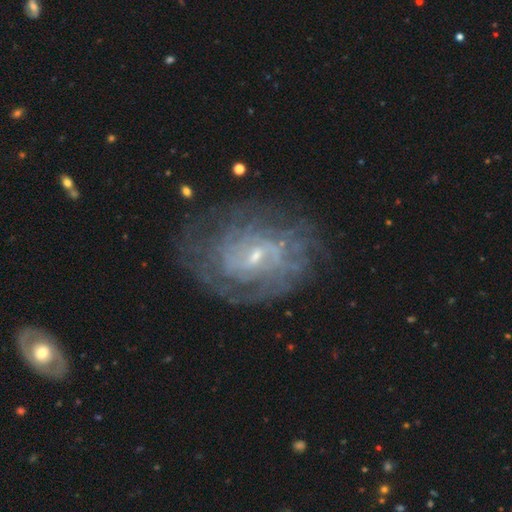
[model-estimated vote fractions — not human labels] A featured or disk galaxy (81%) with a weak bar (54%), tight (61%) spiral arms (88%) and a small central bulge (76%).

Vote fractions:
- Smooth or featured? featured or disk: 81% / smooth: 10% / star or artifact: 9%
- Edge-on disk? no: 97% / yes: 3%
- Bar? weak: 54% / no: 31% / strong: 15%
- Spiral arms? yes: 88% / no: 12%
- Spiral winding? tight: 61% / medium: 28% / loose: 10%
- Spiral arm count? can't tell: 52% / 2: 16% / 3: 9% / 4: 9% / more than 4: 7% / 1: 6%
- Bulge size? small: 76% / moderate: 19% / none: 4% / large: 1% / dominant: 1%
- Merging? none: 69% / minor disturbance: 18% / major disturbance: 12% / merger: 2%